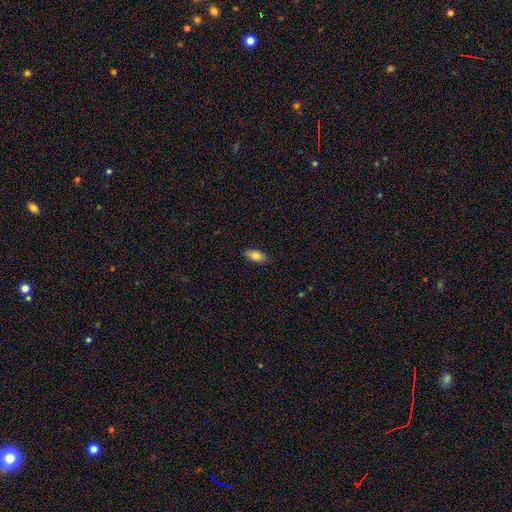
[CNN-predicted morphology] smooth 80%, featured or disk 12%, star or artifact 7%. Down the decision tree: how rounded — in between (86%); merging — none (87%).